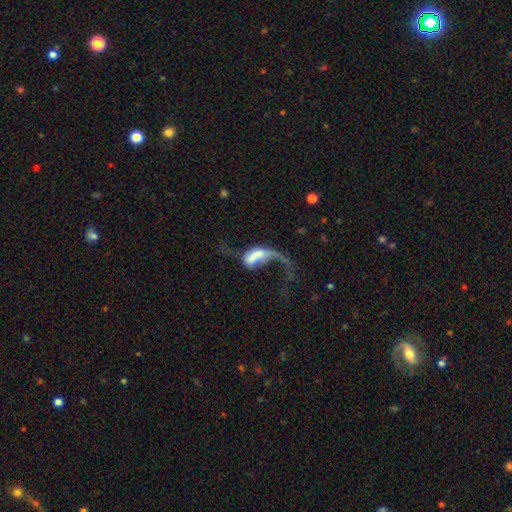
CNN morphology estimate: smooth-or-featured: featured or disk: 52% | smooth: 39% | star or artifact: 9%
  disk-edge-on: no: 91% | yes: 9%
  merging: major disturbance: 58% | merger: 18% | none: 14% | minor disturbance: 10%